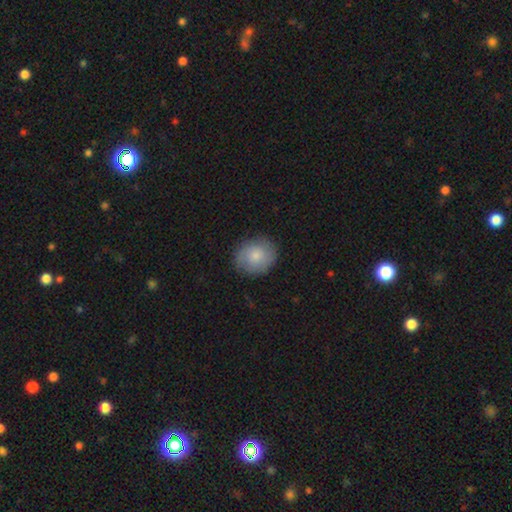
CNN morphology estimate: A smooth galaxy with no disk features (78%) that is round (72%).

Vote fractions:
- Smooth or featured? smooth: 78% / featured or disk: 15% / star or artifact: 7%
- How rounded? round: 72% / in between: 27% / cigar-shaped: 1%
- Merging? none: 84% / minor disturbance: 12% / major disturbance: 3% / merger: 1%